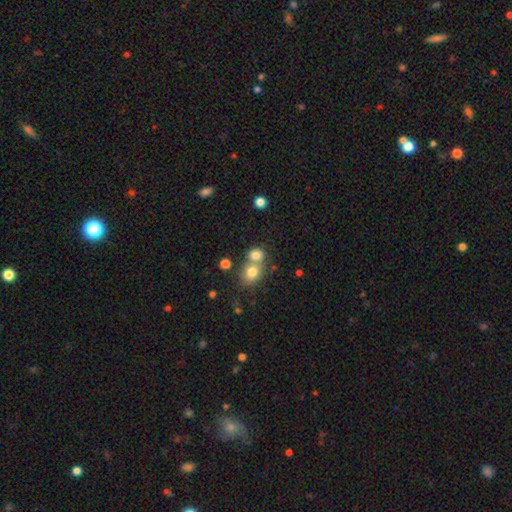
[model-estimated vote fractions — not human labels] This appears to be a smooth galaxy with no disk features (78%) that is round (67%). Merging: merger (51%).